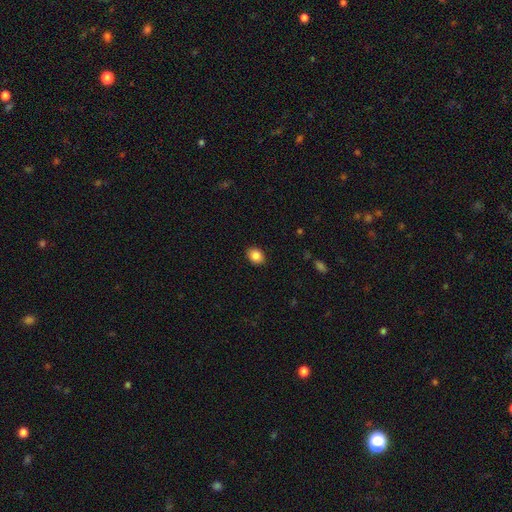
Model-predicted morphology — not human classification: type=smooth (86%); roundness=in between (58%); merging=none (89%).